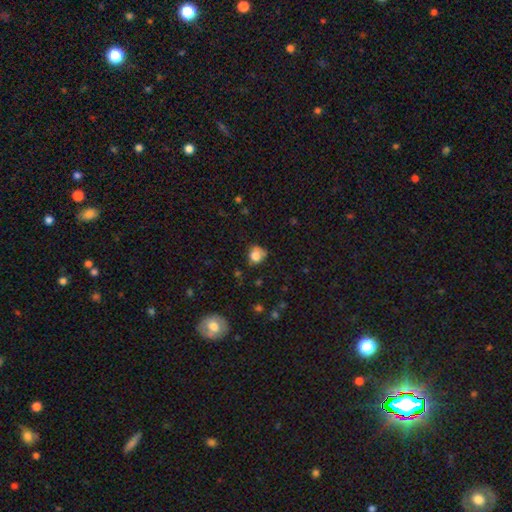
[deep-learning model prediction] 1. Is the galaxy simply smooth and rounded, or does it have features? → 79% smooth, 11% star or artifact, 10% featured or disk.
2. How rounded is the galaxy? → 72% round, 27% in between, 1% cigar-shaped.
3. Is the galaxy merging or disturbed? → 52% none, 32% minor disturbance, 11% major disturbance, 5% merger.